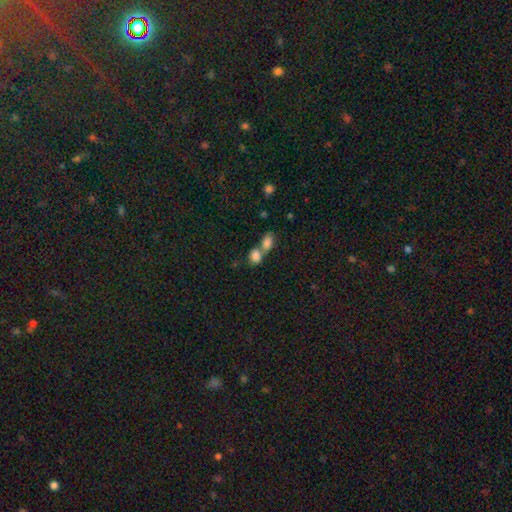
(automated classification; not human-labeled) Smooth or featured? smooth (83%)
How rounded? in between (60%)
Merging? merger (64%)